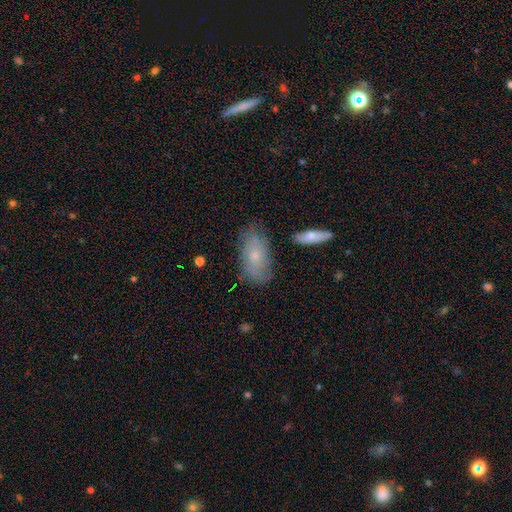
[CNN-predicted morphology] Smooth or featured? Predicted: smooth (p=0.52). How rounded? Predicted: in between (p=0.90). Merging? Predicted: none (p=0.72).